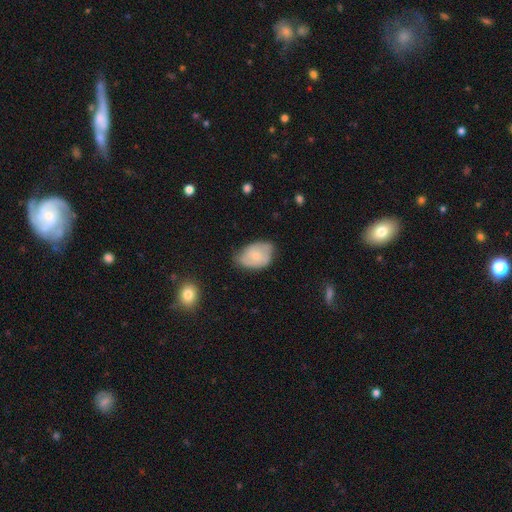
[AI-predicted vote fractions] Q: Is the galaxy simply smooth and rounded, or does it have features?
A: smooth — 62%.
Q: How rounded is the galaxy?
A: in between — 83%.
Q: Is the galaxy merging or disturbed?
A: none — 49%.